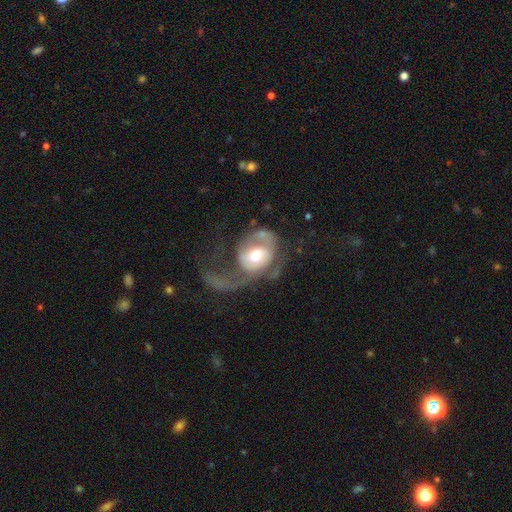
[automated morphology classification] smooth-or-featured: featured or disk: 65% | smooth: 29% | star or artifact: 6%
  disk-edge-on: no: 96% | yes: 4%
    bar: no: 69% | weak: 24% | strong: 7%
    has-spiral-arms: yes: 70% | no: 30%
    bulge-size: moderate: 61% | large: 22% | small: 12% | dominant: 3% | none: 1%
  merging: major disturbance: 62% | none: 19% | minor disturbance: 13% | merger: 6%